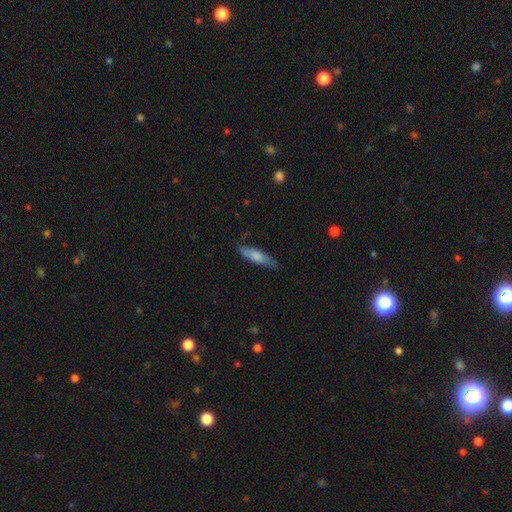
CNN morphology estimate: Smooth or featured? smooth (71%)
How rounded? cigar-shaped (71%)
Merging? none (74%)